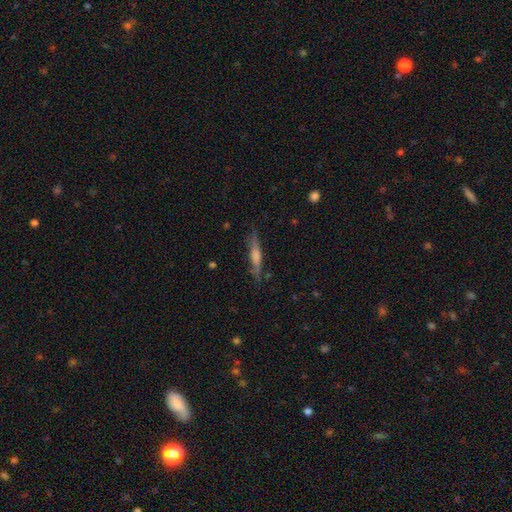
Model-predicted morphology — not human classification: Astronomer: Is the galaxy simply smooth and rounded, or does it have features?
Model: featured or disk — 52% (runner-up: smooth, 41%).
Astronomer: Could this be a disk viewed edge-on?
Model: yes — 92%.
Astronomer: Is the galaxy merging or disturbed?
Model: none — 81%.